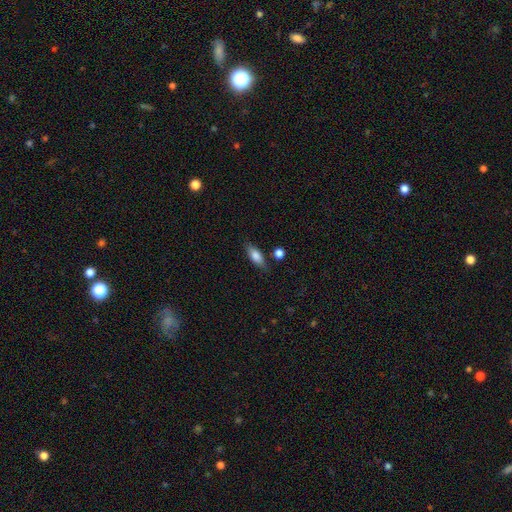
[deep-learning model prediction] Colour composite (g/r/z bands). It shows a smooth galaxy with no disk features (77%) that is in between round and cigar-shaped (72%). Merging: none (76%).